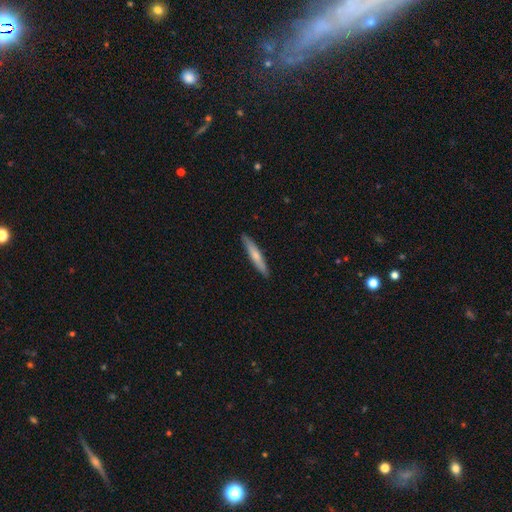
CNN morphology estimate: smooth-or-featured: smooth: 65% | featured or disk: 30% | star or artifact: 5%
  how-rounded: cigar-shaped: 93% | in between: 6% | round: 1%
  merging: none: 90% | minor disturbance: 8% | major disturbance: 1% | merger: 1%